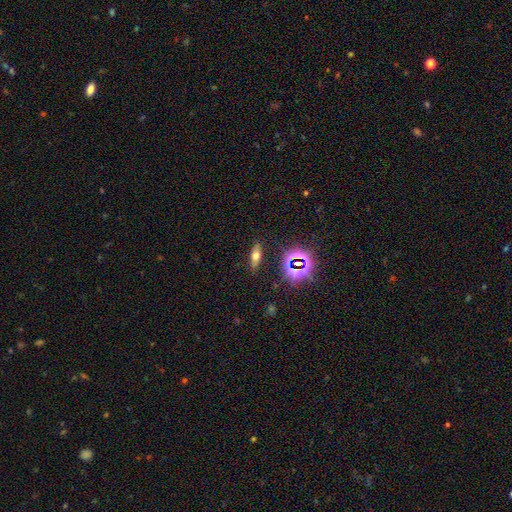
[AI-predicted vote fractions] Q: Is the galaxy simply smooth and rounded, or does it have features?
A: smooth — 47%.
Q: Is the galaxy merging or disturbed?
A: none — 87%.